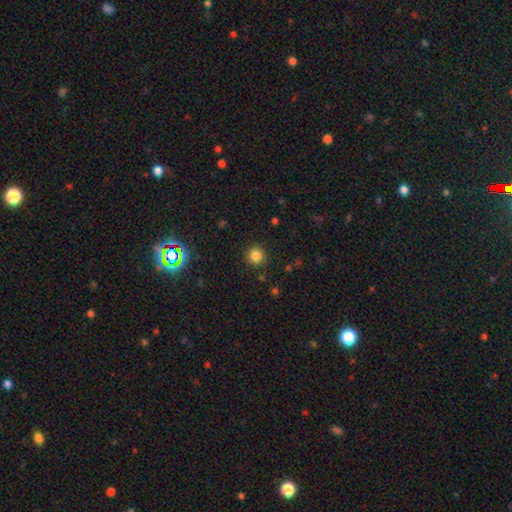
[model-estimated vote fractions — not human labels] This is clearly a smooth galaxy (83%). How rounded: clearly round (94%). Merging: clearly none (91%).